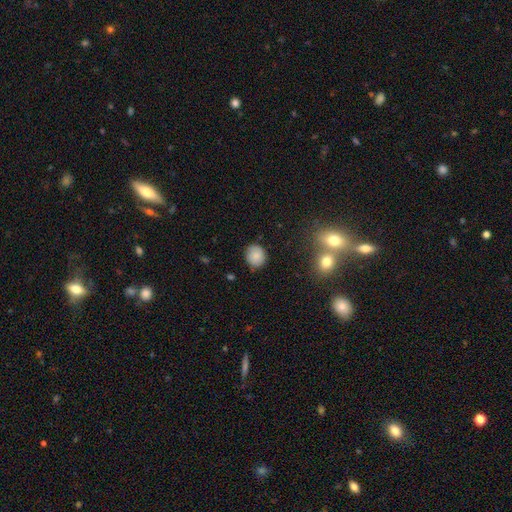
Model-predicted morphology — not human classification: smooth_or_featured: smooth (p=0.78) [alt: featured or disk p=0.13]
how_rounded: round (p=0.81) [alt: in between p=0.18]
merging: none (p=0.82) [alt: minor disturbance p=0.13]